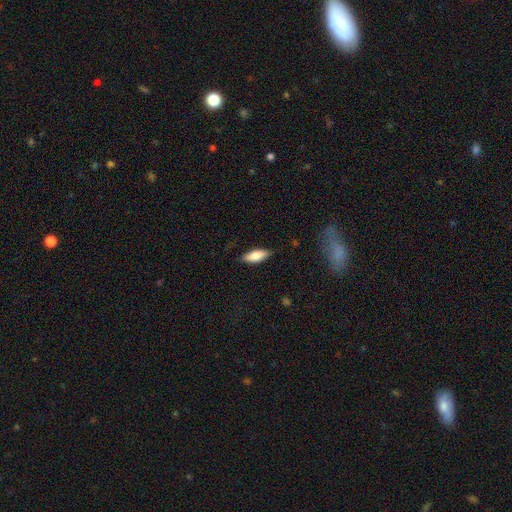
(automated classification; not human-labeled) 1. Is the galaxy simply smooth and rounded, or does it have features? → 76% smooth, 18% featured or disk, 6% star or artifact.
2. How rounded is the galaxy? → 72% in between, 25% cigar-shaped, 2% round.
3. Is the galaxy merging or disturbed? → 81% none, 14% minor disturbance, 3% major disturbance, 1% merger.